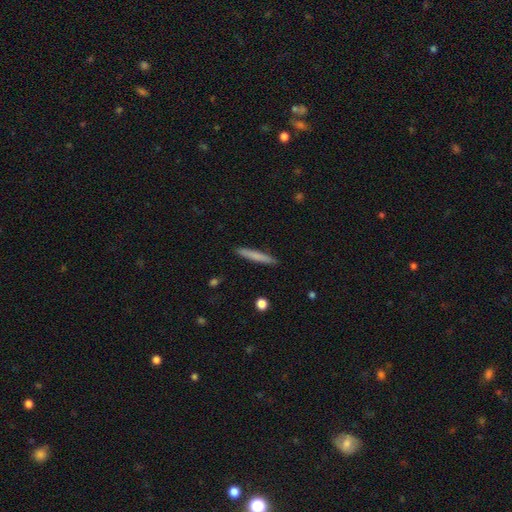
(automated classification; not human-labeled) This appears to be a smooth galaxy with no disk features (74%) that is cigar-shaped (96%). Merging: none (91%).